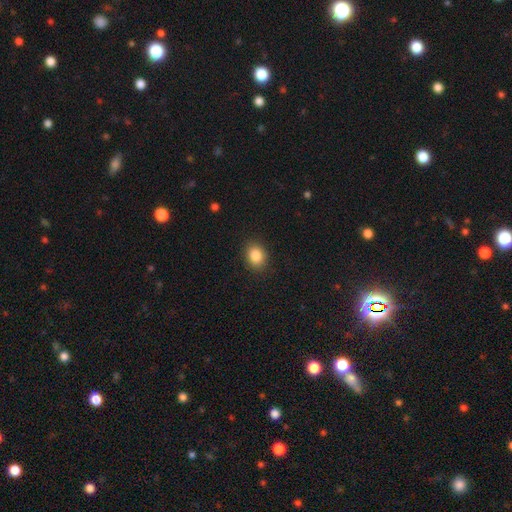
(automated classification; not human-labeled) Smooth or featured? smooth (86%)
How rounded? in between (52%)
Merging? none (88%)